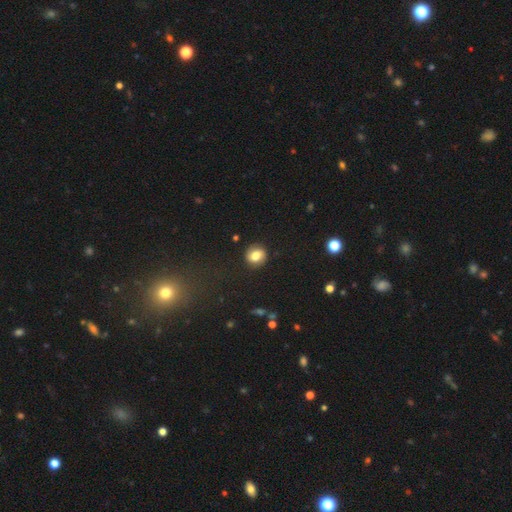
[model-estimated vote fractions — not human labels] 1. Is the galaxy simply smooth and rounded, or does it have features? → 66% smooth, 24% featured or disk, 10% star or artifact.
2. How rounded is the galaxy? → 73% round, 26% in between, 1% cigar-shaped.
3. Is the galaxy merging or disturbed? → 85% none, 10% minor disturbance, 3% major disturbance, 1% merger.